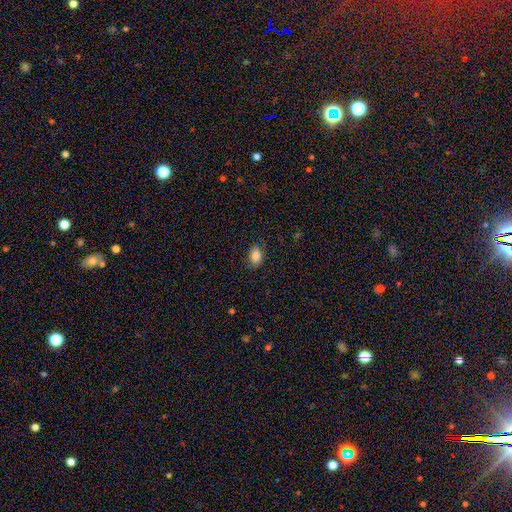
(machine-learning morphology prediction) Smooth or featured? Predicted: smooth (p=0.86). How rounded? Predicted: in between (p=0.85). Merging? Predicted: none (p=0.83).